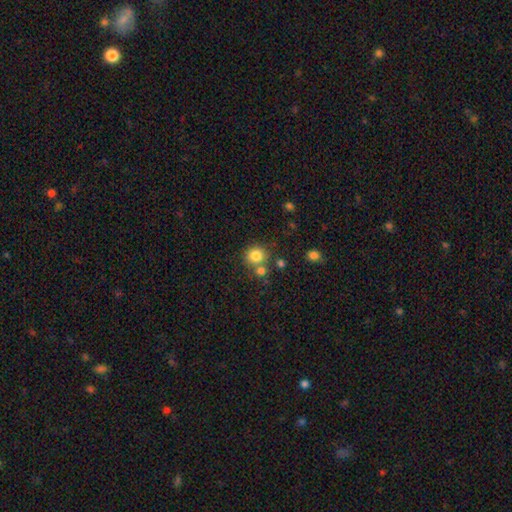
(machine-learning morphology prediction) A smooth galaxy with no disk features (81%) that is round (86%). Merging: none (67%).